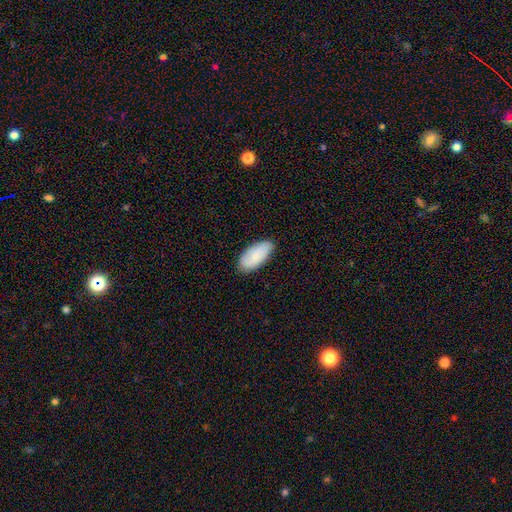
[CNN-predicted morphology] smooth 80%, featured or disk 13%, star or artifact 6%. Down the decision tree: how rounded — in between (91%); merging — none (82%).